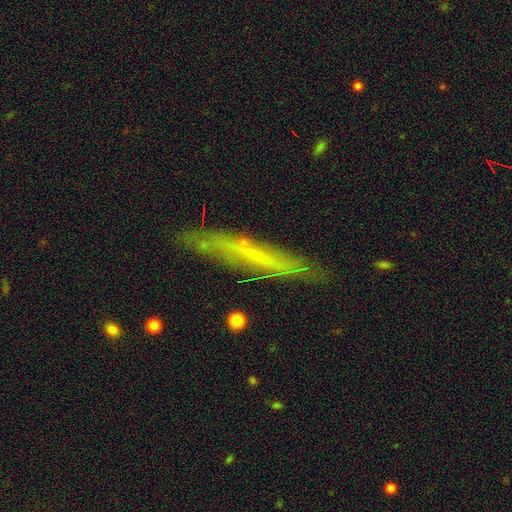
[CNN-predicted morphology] This is possibly a featured or disk galaxy (56%). It is likely viewed edge-on (77%). Merging: likely none (76%).